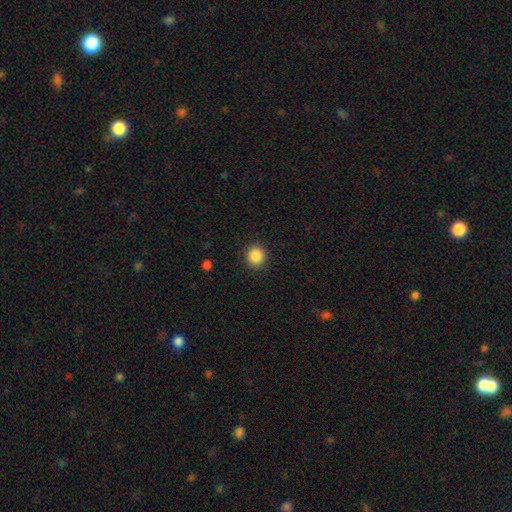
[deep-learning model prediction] The model was most divided on "smooth or featured": smooth: 87%, star or artifact: 10%, featured or disk: 3%. More confident: merging — none (91%); how rounded — round (90%).